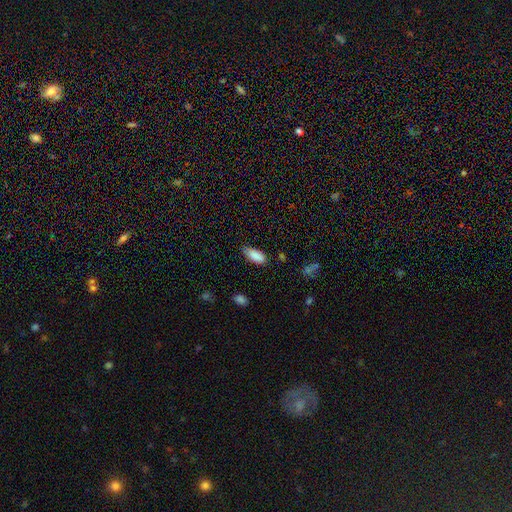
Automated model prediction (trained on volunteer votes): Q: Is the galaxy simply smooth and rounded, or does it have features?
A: smooth — 88%.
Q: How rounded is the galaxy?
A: in between — 83%.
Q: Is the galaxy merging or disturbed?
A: none — 70%.